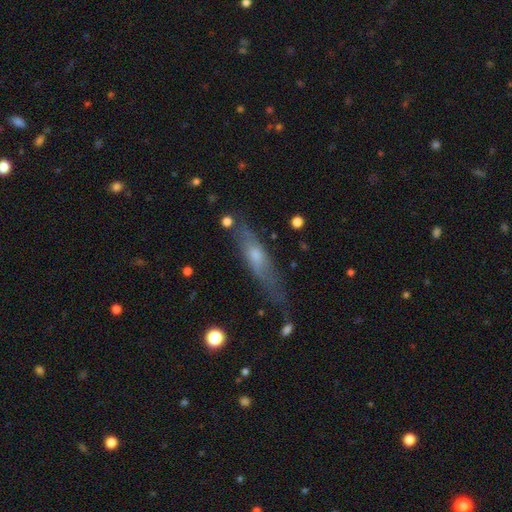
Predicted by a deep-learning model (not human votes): This is possibly a featured or disk galaxy (48%). Merging: likely none (62%).